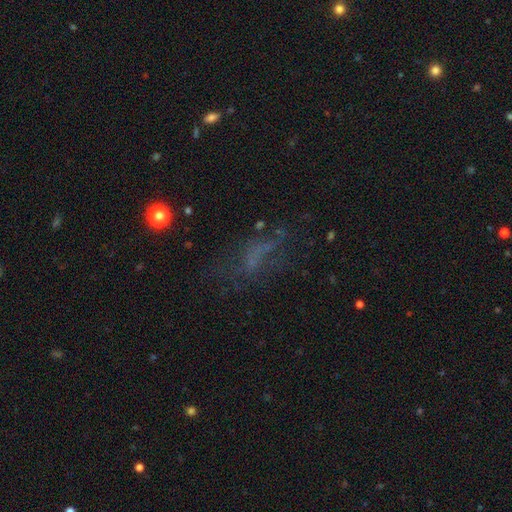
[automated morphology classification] Overall: smooth (35%; featured or disk 34%). Merging: none (47%; major disturbance 31%).